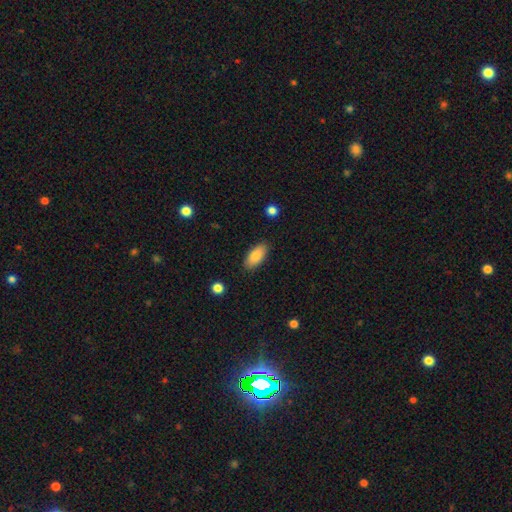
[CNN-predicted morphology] smooth 84%, featured or disk 9%, star or artifact 7%. Down the decision tree: how rounded — in between (89%); merging — none (87%).